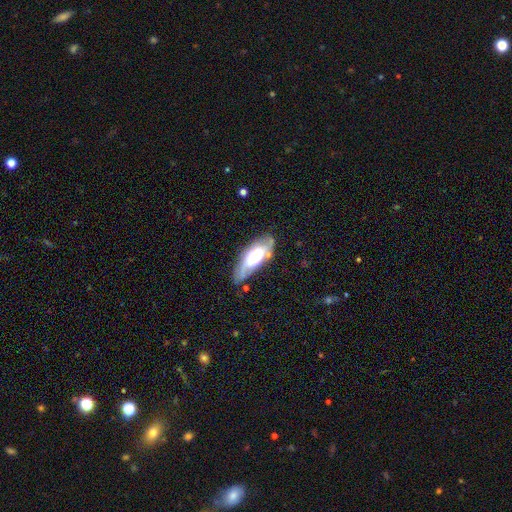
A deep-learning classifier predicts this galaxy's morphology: This is possibly a featured or disk galaxy (59%). It is clearly not viewed edge-on (82%). Merging: likely none (63%).